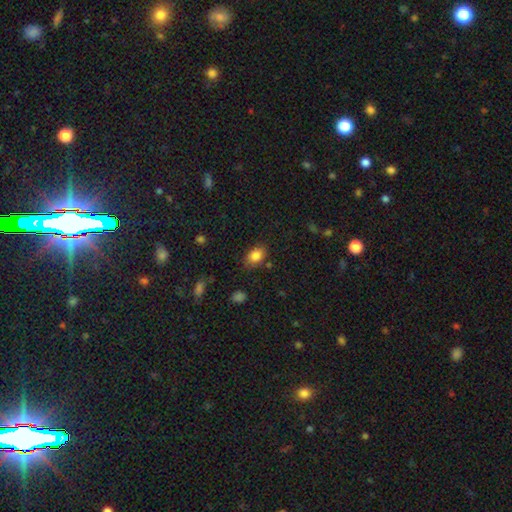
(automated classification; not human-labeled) A smooth galaxy with no disk features (84%) that is in between round and cigar-shaped (76%). Merging: none (80%).